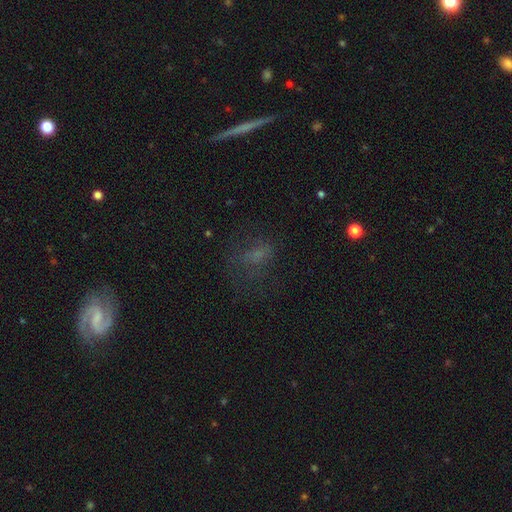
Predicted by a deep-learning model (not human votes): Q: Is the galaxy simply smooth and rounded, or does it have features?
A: smooth — 49%.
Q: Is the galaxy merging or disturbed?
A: none — 56%.